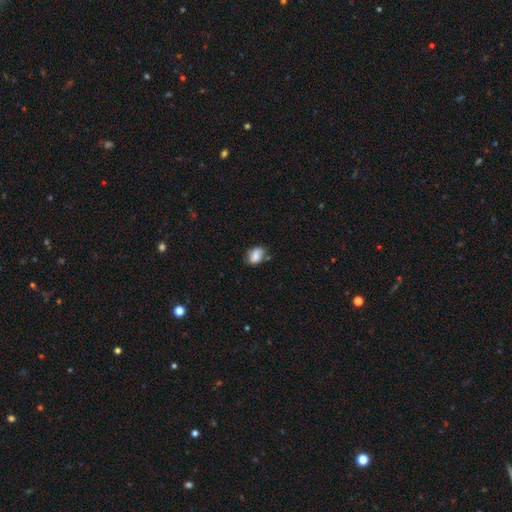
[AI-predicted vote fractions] smooth_or_featured: smooth (p=0.77) [alt: featured or disk p=0.15]
how_rounded: in between (p=0.76) [alt: round p=0.22]
merging: none (p=0.64) [alt: minor disturbance p=0.24]